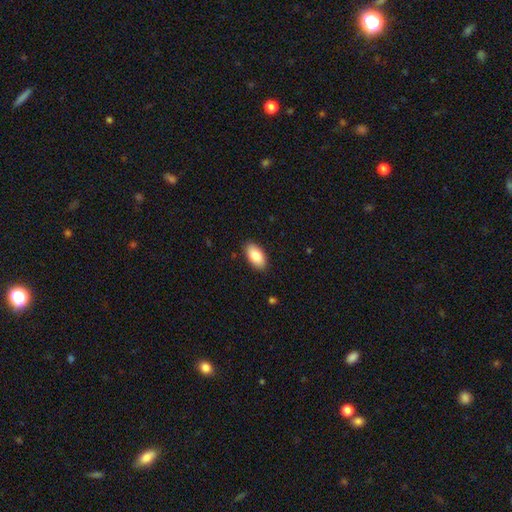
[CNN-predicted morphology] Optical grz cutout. It shows a smooth galaxy with no disk features (83%) that is in between round and cigar-shaped (94%). Merging: none (88%).